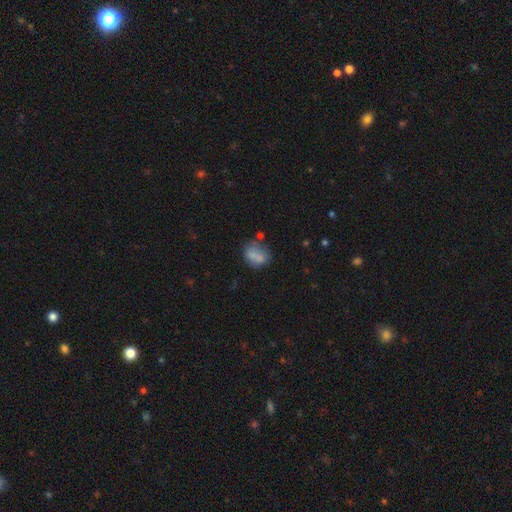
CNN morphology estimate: Smooth or featured: smooth — 71% (featured or disk — 20%)
How rounded: in between — 57% (round — 41%)
Merging: none — 45% (merger — 24%)